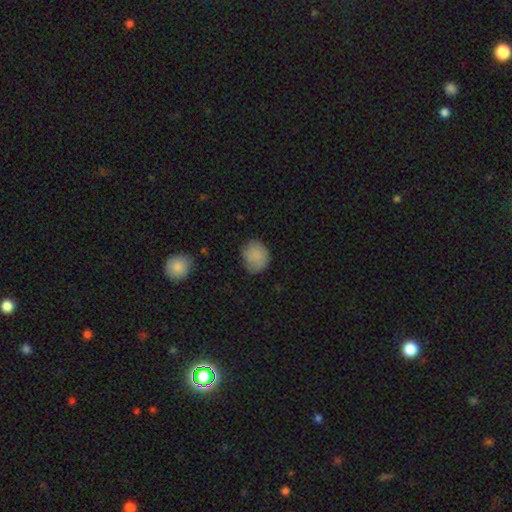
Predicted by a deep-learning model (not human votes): smooth-or-featured: smooth: 84% | star or artifact: 8% | featured or disk: 8%
  how-rounded: round: 67% | in between: 32% | cigar-shaped: 1%
  merging: none: 74% | minor disturbance: 21% | major disturbance: 4% | merger: 1%